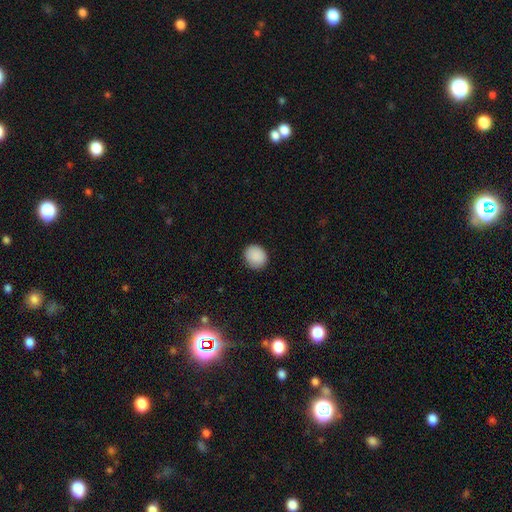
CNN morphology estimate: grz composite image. It shows a smooth galaxy with no disk features (90%) that is round (77%). Merging: none (89%).